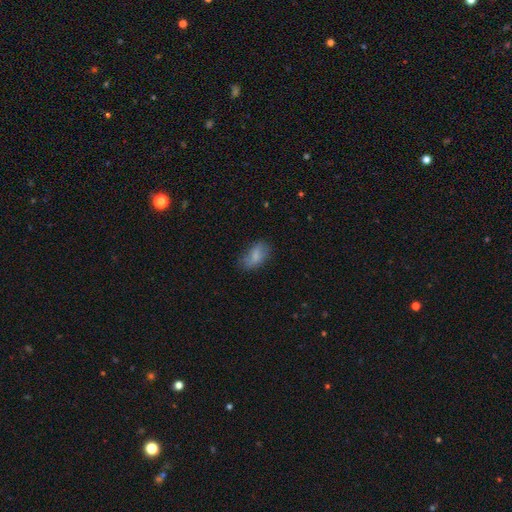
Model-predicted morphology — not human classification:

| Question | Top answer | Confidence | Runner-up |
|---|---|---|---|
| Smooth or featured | smooth | 72% | featured or disk (20%) |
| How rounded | in between | 91% | round (5%) |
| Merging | none | 62% | minor disturbance (26%) |